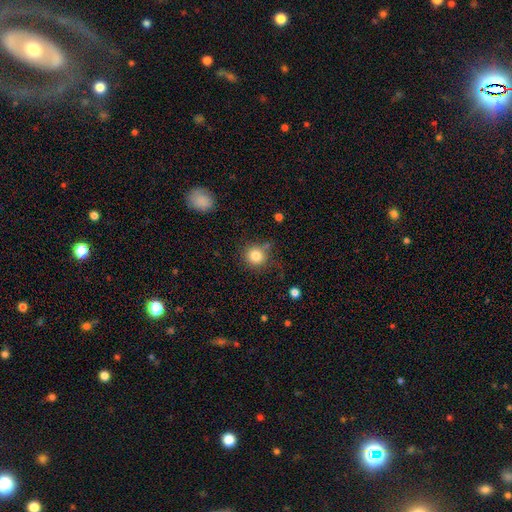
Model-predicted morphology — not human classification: A smooth galaxy with no disk features (82%) that is round (90%).

Vote fractions:
- Smooth or featured? smooth: 82% / star or artifact: 11% / featured or disk: 7%
- How rounded? round: 90% / in between: 9% / cigar-shaped: 1%
- Merging? none: 75% / minor disturbance: 15% / major disturbance: 5% / merger: 5%